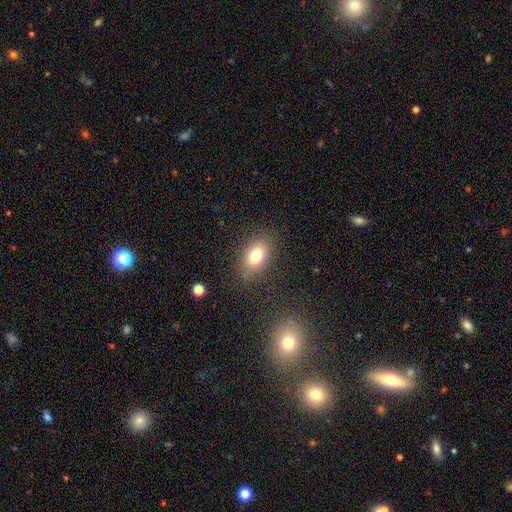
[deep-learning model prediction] A smooth galaxy with no disk features (77%) that is in between round and cigar-shaped (85%). Merging: none (83%).